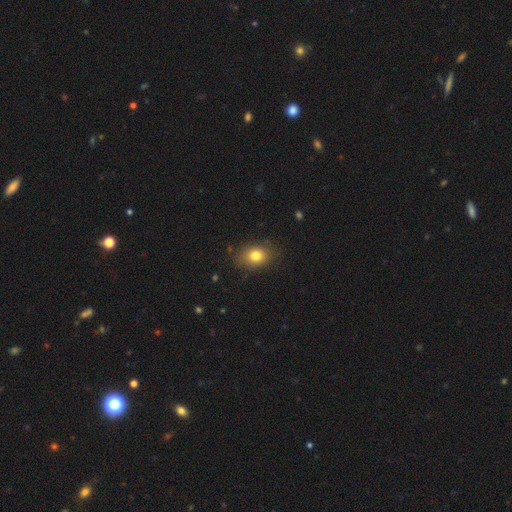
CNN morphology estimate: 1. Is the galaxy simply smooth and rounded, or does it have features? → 80% smooth, 11% star or artifact, 10% featured or disk.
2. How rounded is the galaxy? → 64% in between, 35% round, 1% cigar-shaped.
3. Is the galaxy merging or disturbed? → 82% none, 13% minor disturbance, 3% major disturbance, 1% merger.